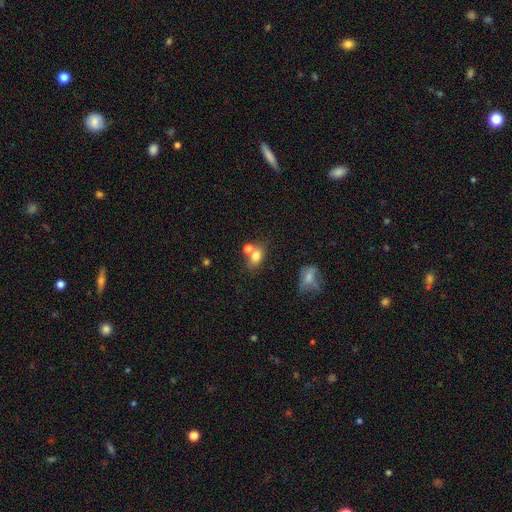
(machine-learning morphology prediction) A smooth galaxy with no disk features (77%) that is in between round and cigar-shaped (72%).

Vote fractions:
- Smooth or featured? smooth: 77% / featured or disk: 12% / star or artifact: 11%
- How rounded? in between: 72% / round: 25% / cigar-shaped: 2%
- Merging? none: 46% / merger: 37% / minor disturbance: 12% / major disturbance: 5%